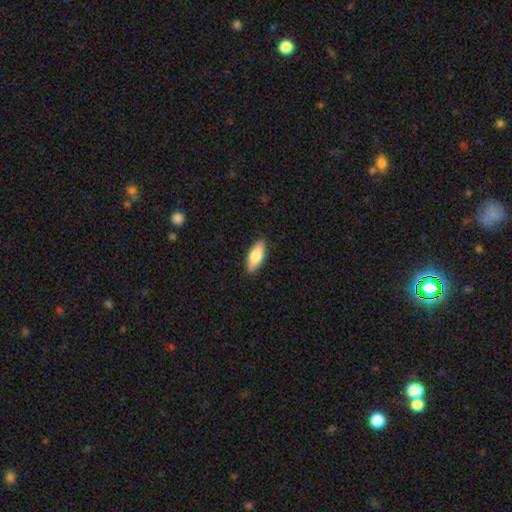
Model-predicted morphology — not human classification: A smooth galaxy with no disk features (79%) that is in between round and cigar-shaped (78%).

Vote fractions:
- Smooth or featured? smooth: 79% / featured or disk: 16% / star or artifact: 6%
- How rounded? in between: 78% / cigar-shaped: 20% / round: 2%
- Merging? none: 89% / minor disturbance: 9% / major disturbance: 2% / merger: 1%